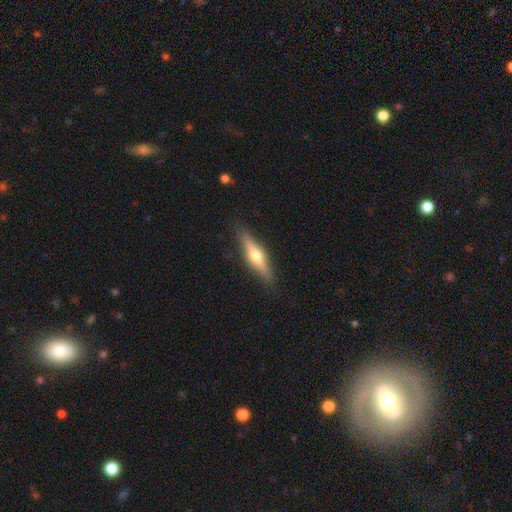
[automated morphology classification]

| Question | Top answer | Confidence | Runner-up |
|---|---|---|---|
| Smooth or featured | featured or disk | 60% | smooth (35%) |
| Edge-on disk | yes | 95% | no (5%) |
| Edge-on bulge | rounded | 92% | boxy (4%) |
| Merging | none | 88% | minor disturbance (8%) |